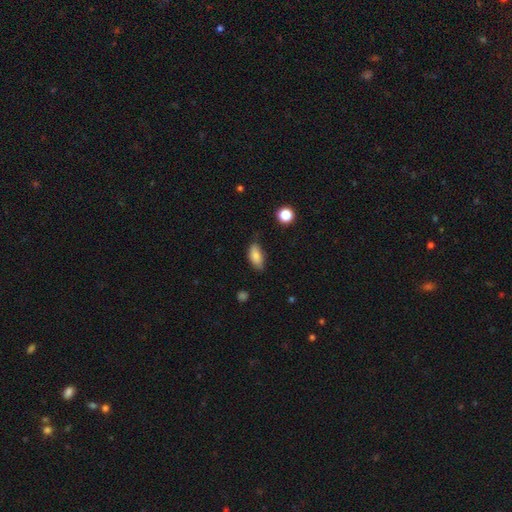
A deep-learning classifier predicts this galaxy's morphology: Smooth or featured?
  - smooth: 82% *
  - featured or disk: 10%
  - star or artifact: 7%
How rounded?
  - in between: 87% *
  - cigar-shaped: 10%
  - round: 3%
Merging?
  - none: 71% *
  - minor disturbance: 24%
  - major disturbance: 4%
  - merger: 2%